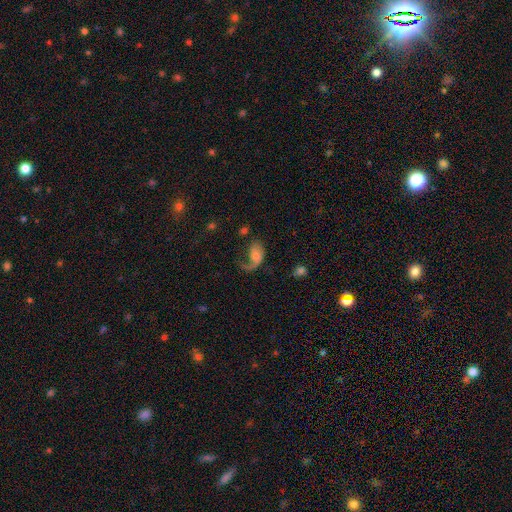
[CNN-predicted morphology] smooth-or-featured: featured or disk: 60% | smooth: 31% | star or artifact: 9%
  disk-edge-on: no: 97% | yes: 3%
    bar: no: 68% | weak: 27% | strong: 6%
    has-spiral-arms: yes: 84% | no: 16%
    bulge-size: small: 43% | moderate: 28% | none: 20% | large: 7% | dominant: 2%
  merging: major disturbance: 50% | none: 28% | minor disturbance: 17% | merger: 5%